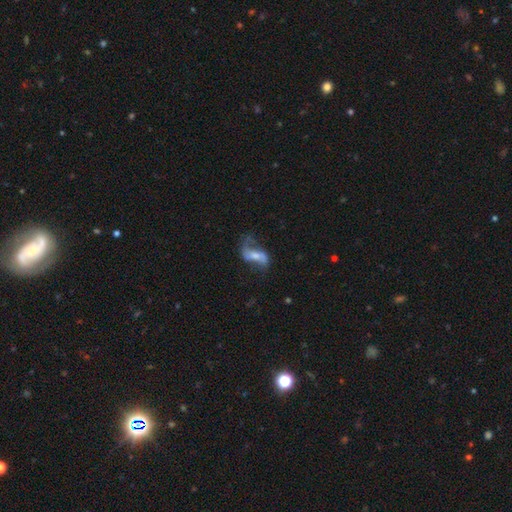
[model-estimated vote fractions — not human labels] Q: Smooth or featured?
A: featured or disk (72%); runner-up: smooth (20%)
Q: Edge-on disk?
A: no (93%); runner-up: yes (7%)
Q: Bar?
A: weak (39%); runner-up: no (31%)
Q: Spiral arms?
A: yes (84%); runner-up: no (16%)
Q: Spiral winding?
A: loose (74%); runner-up: medium (21%)
Q: Spiral arm count?
A: 2 (86%); runner-up: 1 (6%)
Q: Bulge size?
A: moderate (48%); runner-up: small (34%)
Q: Merging?
A: none (48%); runner-up: major disturbance (25%)